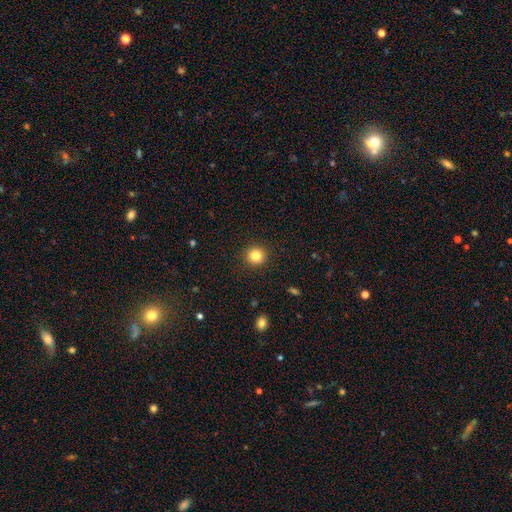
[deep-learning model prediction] Overall: smooth (83%). How rounded: round (93%). Merging: none (92%).